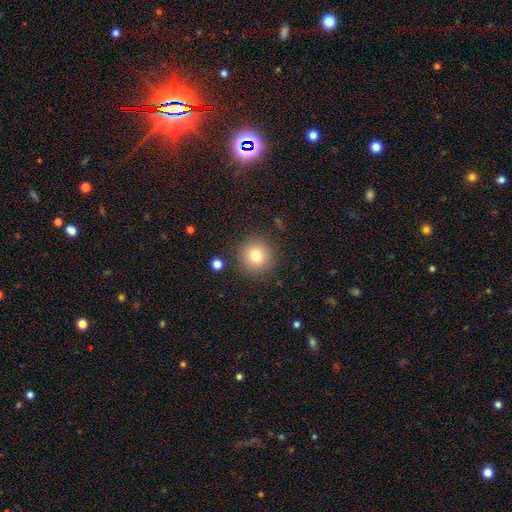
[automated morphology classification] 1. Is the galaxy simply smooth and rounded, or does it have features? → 78% smooth, 12% star or artifact, 10% featured or disk.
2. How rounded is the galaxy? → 94% round, 5% in between, 1% cigar-shaped.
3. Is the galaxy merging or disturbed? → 87% none, 7% minor disturbance, 3% major disturbance, 2% merger.